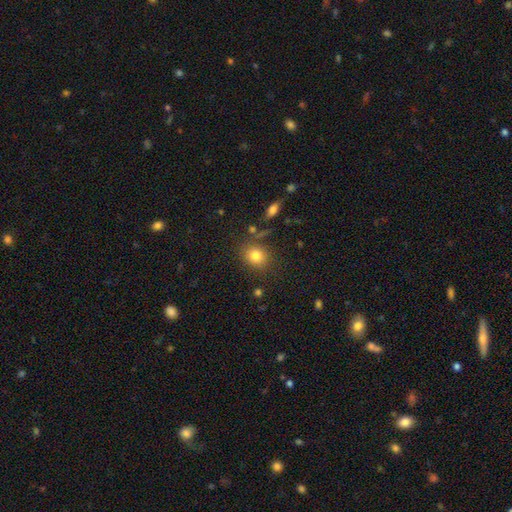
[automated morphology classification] A smooth galaxy with no disk features (80%) that is round (71%).

Vote fractions:
- Smooth or featured? smooth: 80% / star or artifact: 12% / featured or disk: 8%
- How rounded? round: 71% / in between: 28% / cigar-shaped: 1%
- Merging? none: 79% / minor disturbance: 11% / merger: 5% / major disturbance: 4%